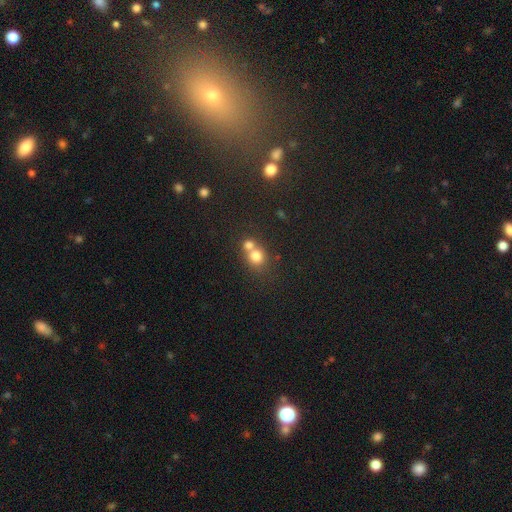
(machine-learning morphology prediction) smooth 75%, star or artifact 13%, featured or disk 12%. Down the decision tree: how rounded — round (81%); merging — merger (58%).